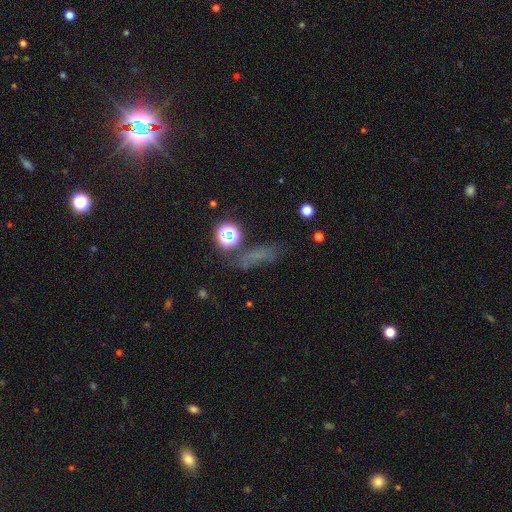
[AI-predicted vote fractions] Q: Smooth or featured?
A: star or artifact (43%); runner-up: smooth (41%)